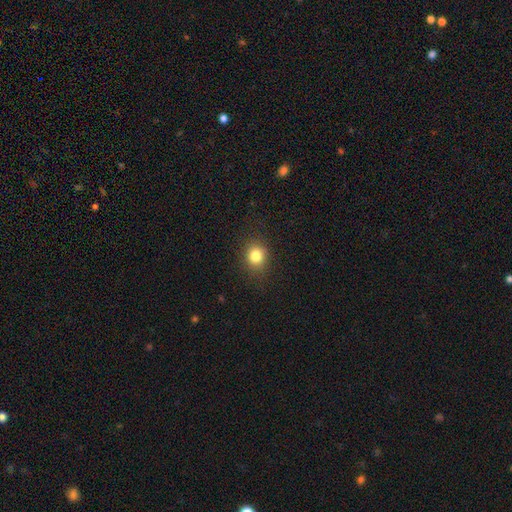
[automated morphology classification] smooth_or_featured: smooth (p=0.82) [alt: star or artifact p=0.12]
how_rounded: round (p=0.72) [alt: in between p=0.27]
merging: none (p=0.85) [alt: minor disturbance p=0.10]